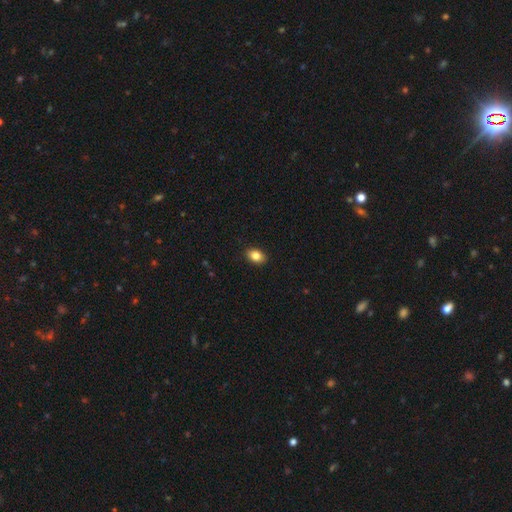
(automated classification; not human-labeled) smooth 85%, star or artifact 9%, featured or disk 6%. Down the decision tree: how rounded — in between (77%); merging — none (90%).